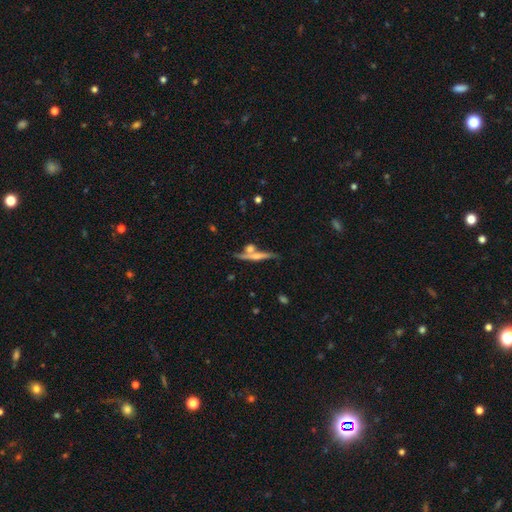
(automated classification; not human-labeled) Smooth or featured? featured or disk (62%)
Edge-on disk? yes (91%)
Edge-on bulge? rounded (70%)
Merging? none (62%)